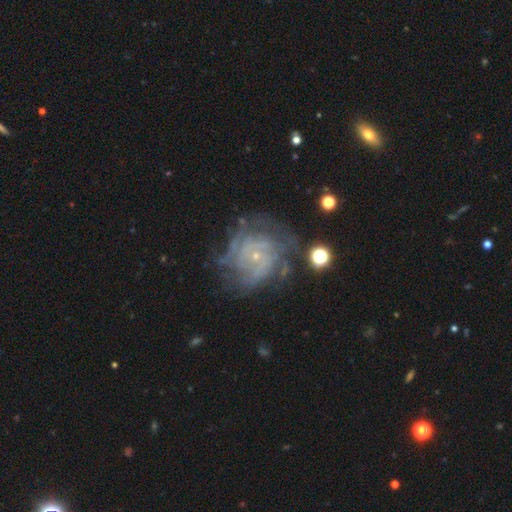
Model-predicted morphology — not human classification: type=featured or disk (82%); edge-on=no (97%); bar=no (77%); spiral arms=yes (91%); winding=tight (64%); arm count=can't tell (40%); bulge=small (84%); merging=none (61%).